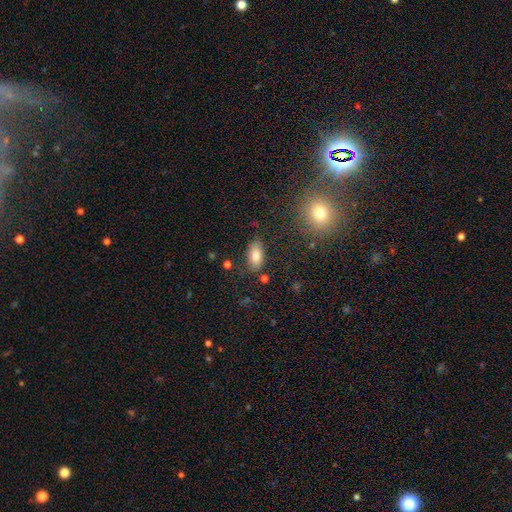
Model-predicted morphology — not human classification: Smooth or featured: smooth — 82% (featured or disk — 10%)
How rounded: in between — 91% (cigar-shaped — 6%)
Merging: none — 79% (minor disturbance — 14%)